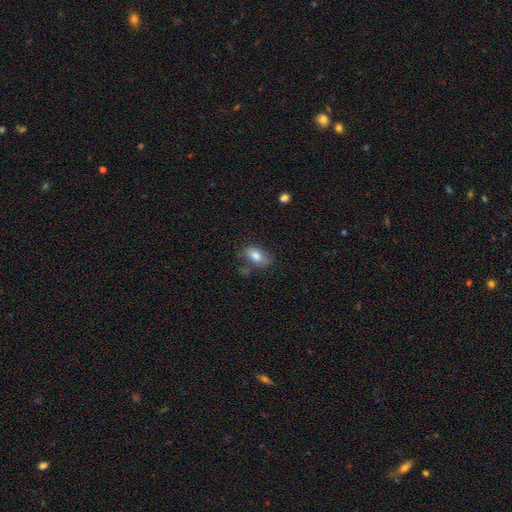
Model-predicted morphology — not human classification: This appears to be a smooth galaxy with no disk features (82%) that is in between round and cigar-shaped (89%). Merging: none (70%).